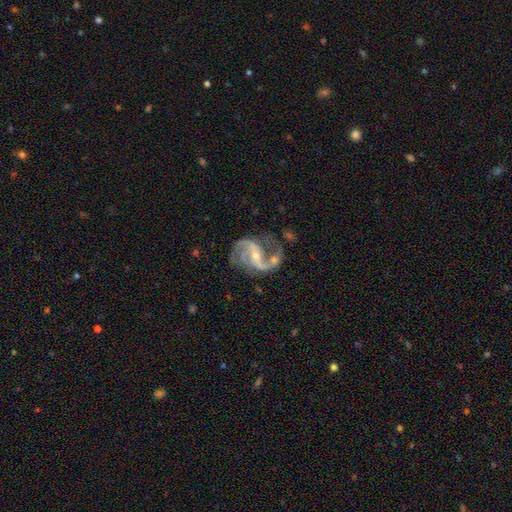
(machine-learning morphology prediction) A featured or disk galaxy (91%) with a weak bar (37%), 2 (64%) medium (46%) spiral arms (98%) and a small central bulge (62%). Merging: none (54%).